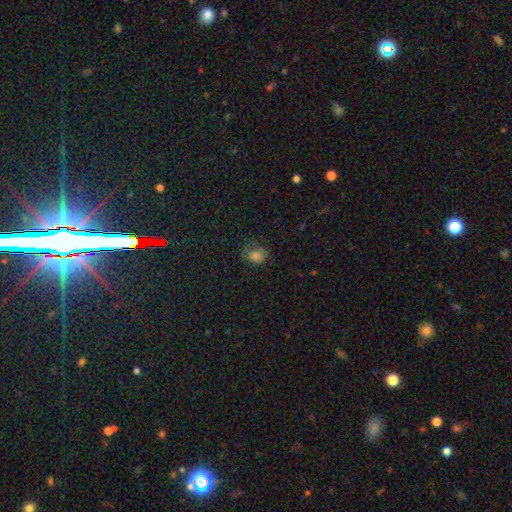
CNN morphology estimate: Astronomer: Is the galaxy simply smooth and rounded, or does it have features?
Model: smooth — 75%.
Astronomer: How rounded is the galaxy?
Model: in between — 50% (runner-up: round, 48%).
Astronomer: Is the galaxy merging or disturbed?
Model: none — 63%.